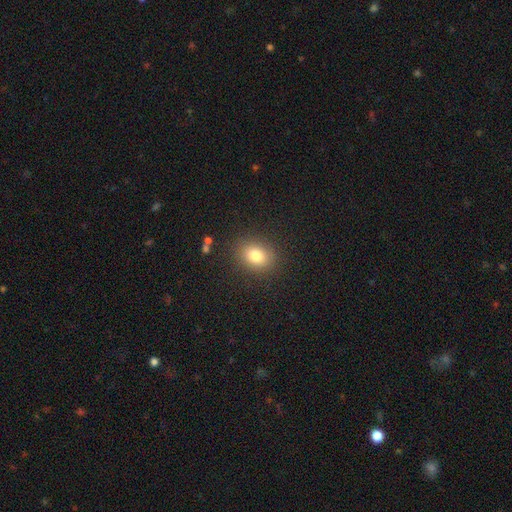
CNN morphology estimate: smooth 80%, star or artifact 11%, featured or disk 9%. Down the decision tree: how rounded — in between (54%); merging — none (87%).